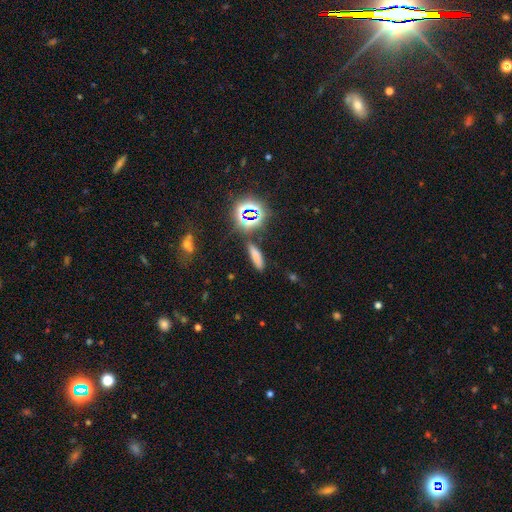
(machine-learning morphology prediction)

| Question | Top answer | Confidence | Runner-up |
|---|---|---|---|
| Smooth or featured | smooth | 67% | star or artifact (24%) |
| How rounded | cigar-shaped | 65% | in between (29%) |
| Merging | none | 81% | minor disturbance (10%) |